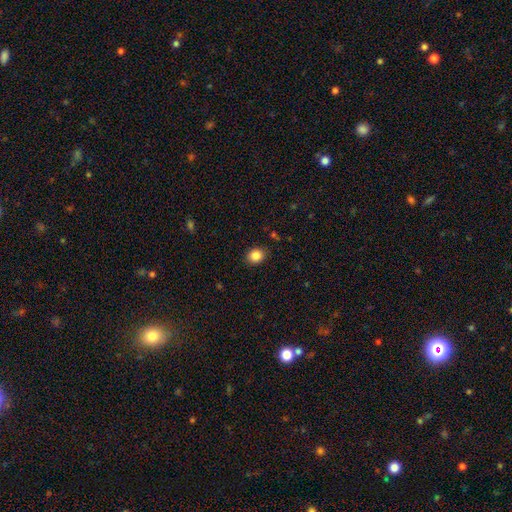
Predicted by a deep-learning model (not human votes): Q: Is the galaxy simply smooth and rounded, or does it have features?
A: smooth — 86%.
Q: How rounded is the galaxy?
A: round — 61%.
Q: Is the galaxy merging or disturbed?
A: none — 88%.